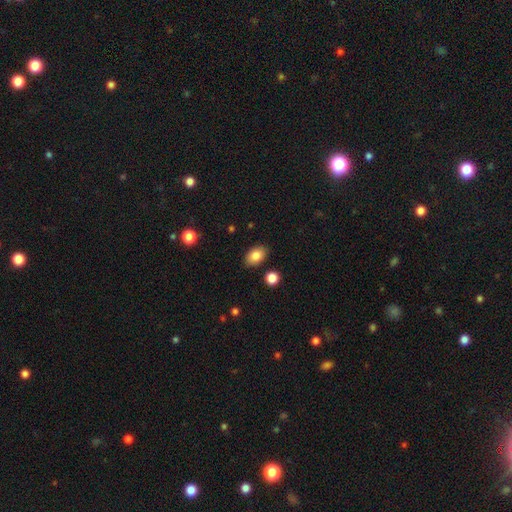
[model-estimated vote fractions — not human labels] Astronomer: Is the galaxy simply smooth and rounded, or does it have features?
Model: smooth — 84%.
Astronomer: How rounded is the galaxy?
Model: in between — 87%.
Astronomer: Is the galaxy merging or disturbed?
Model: none — 85%.